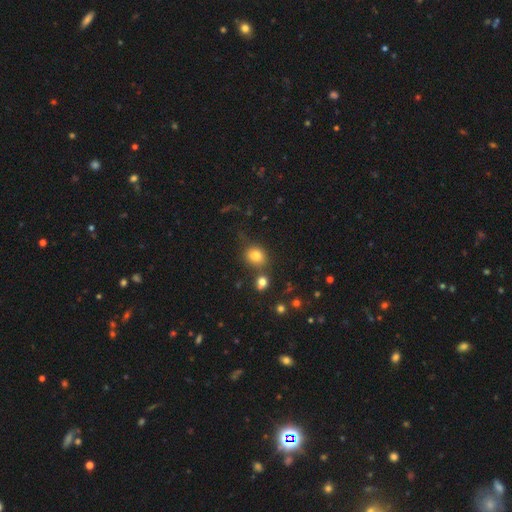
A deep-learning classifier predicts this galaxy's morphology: A smooth galaxy with no disk features (79%) that is round (65%).

Vote fractions:
- Smooth or featured? smooth: 79% / star or artifact: 12% / featured or disk: 8%
- How rounded? round: 65% / in between: 34% / cigar-shaped: 1%
- Merging? none: 69% / minor disturbance: 14% / merger: 13% / major disturbance: 5%